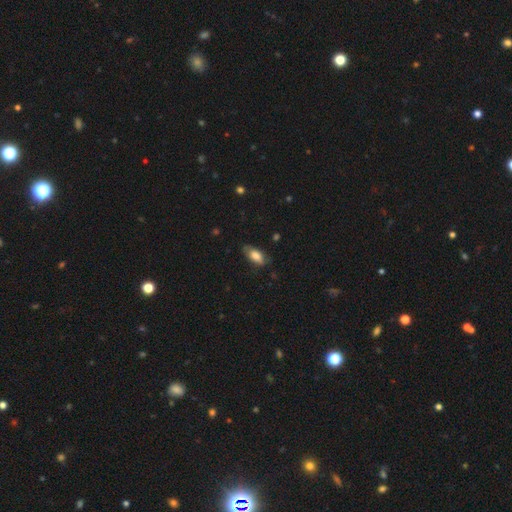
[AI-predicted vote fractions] smooth 74%, featured or disk 19%, star or artifact 7%. Down the decision tree: how rounded — in between (86%); merging — none (68%).